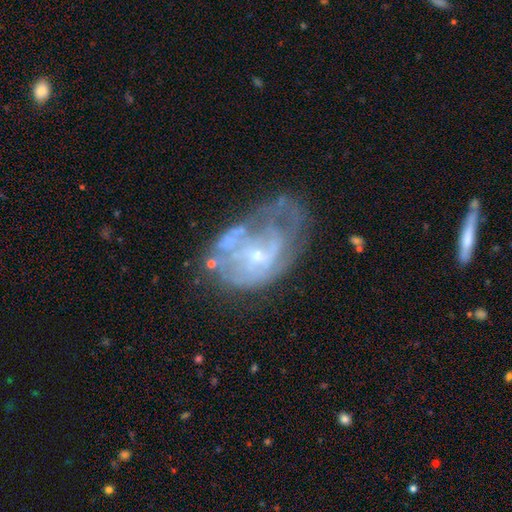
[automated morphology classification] Smooth or featured: featured or disk — 73% (smooth — 18%)
Edge-on disk: no — 97% (yes — 3%)
Bar: no — 69% (weak — 27%)
Spiral arms: yes — 54% (no — 46%)
Bulge size: small — 63% (moderate — 26%)
Merging: none — 36% (major disturbance — 31%)